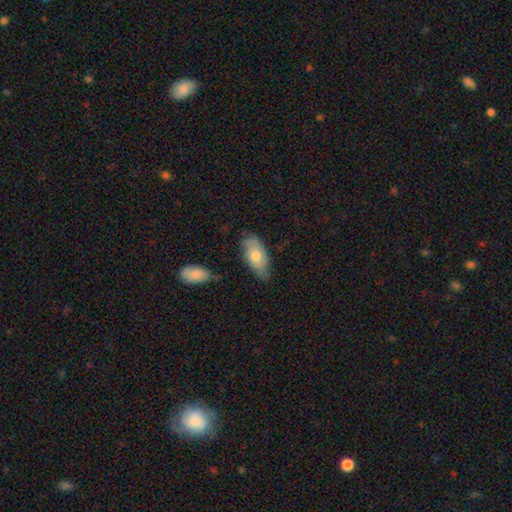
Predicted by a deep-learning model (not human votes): Overall: smooth (65%; featured or disk 29%). How rounded: in between (90%). Merging: none (68%).